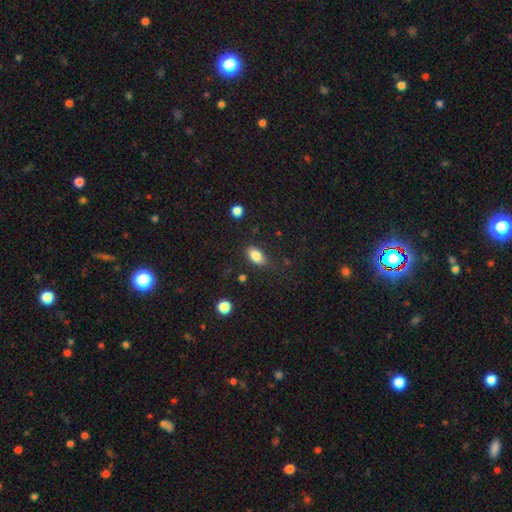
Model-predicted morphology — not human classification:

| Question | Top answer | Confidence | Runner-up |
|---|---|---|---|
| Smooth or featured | smooth | 83% | featured or disk (8%) |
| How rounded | in between | 90% | round (7%) |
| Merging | none | 80% | minor disturbance (15%) |